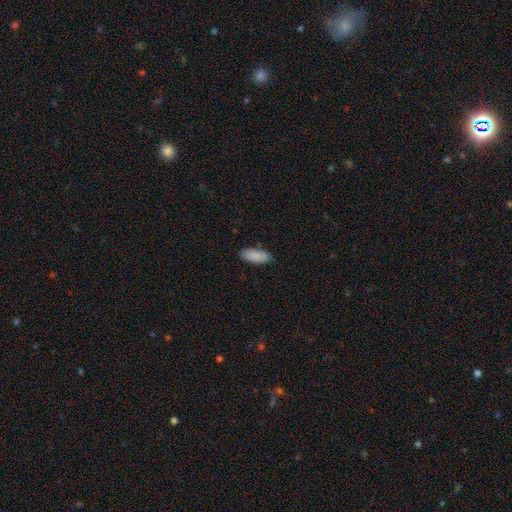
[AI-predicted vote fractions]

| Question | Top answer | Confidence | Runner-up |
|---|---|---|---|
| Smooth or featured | smooth | 89% | star or artifact (6%) |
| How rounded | in between | 83% | cigar-shaped (15%) |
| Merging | none | 85% | minor disturbance (12%) |